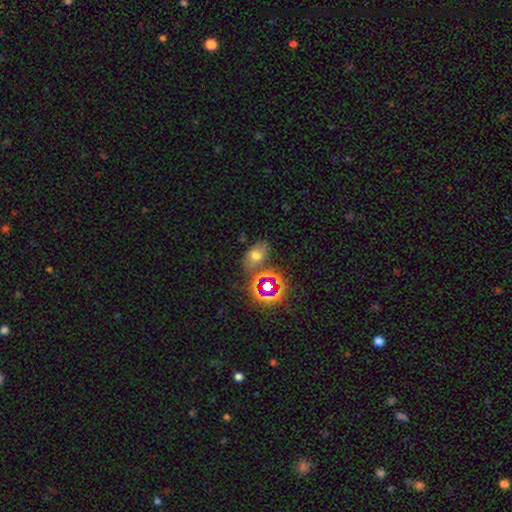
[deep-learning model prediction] Q: Smooth or featured?
A: smooth (54%); runner-up: star or artifact (29%)
Q: How rounded?
A: in between (81%); runner-up: round (17%)
Q: Merging?
A: none (65%); runner-up: minor disturbance (17%)